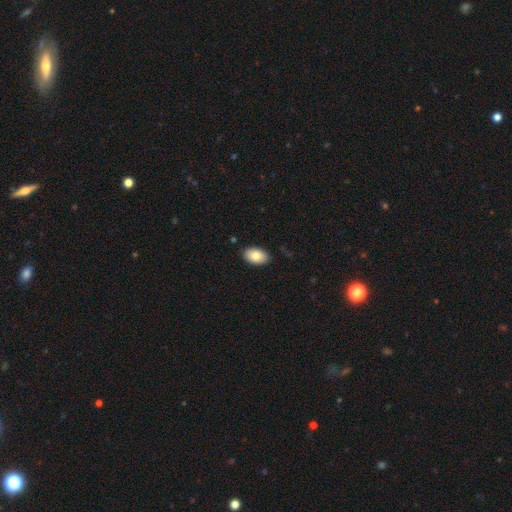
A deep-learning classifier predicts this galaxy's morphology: Q: Smooth or featured?
A: smooth (82%); runner-up: featured or disk (12%)
Q: How rounded?
A: in between (92%); runner-up: round (6%)
Q: Merging?
A: none (88%); runner-up: minor disturbance (9%)